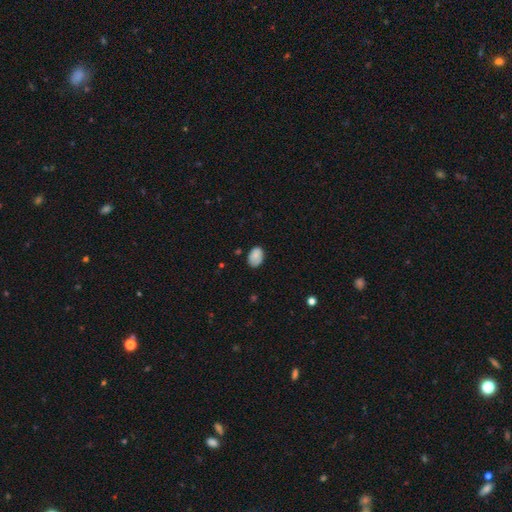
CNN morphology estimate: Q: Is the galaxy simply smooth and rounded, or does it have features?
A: smooth — 81%.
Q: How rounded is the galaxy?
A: in between — 82%.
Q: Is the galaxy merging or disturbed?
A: none — 68%.